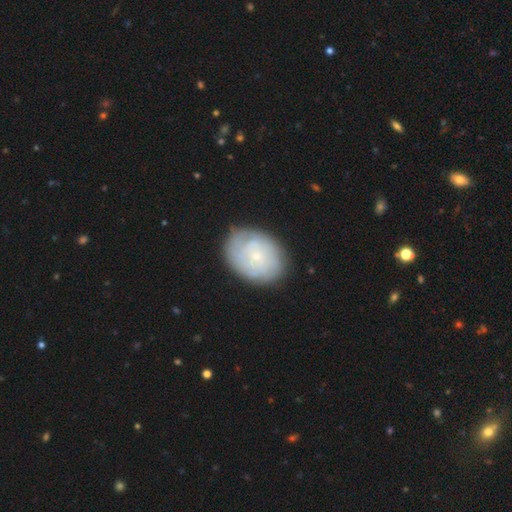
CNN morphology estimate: A featured or disk galaxy (53%) with no bar (83%), spiral arms (74%) and a small central bulge (83%). Merging: none (79%).